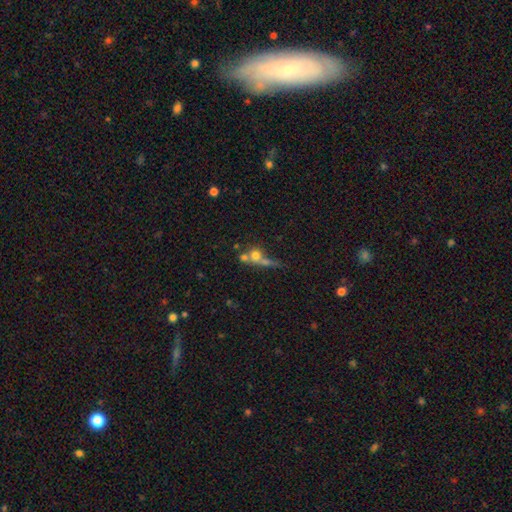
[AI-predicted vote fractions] Smooth or featured? Predicted: smooth (p=0.56). How rounded? Predicted: round (p=0.74). Merging? Predicted: merger (p=0.54).